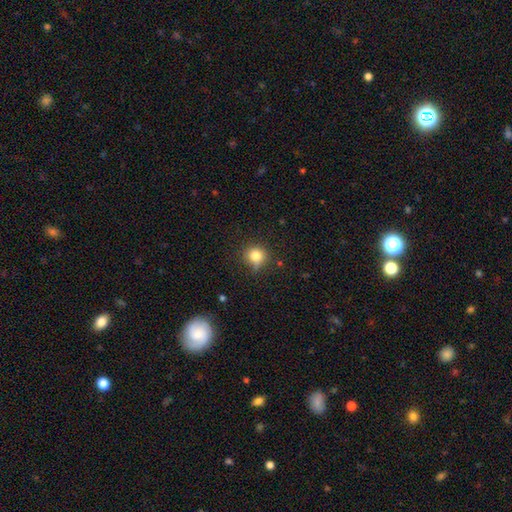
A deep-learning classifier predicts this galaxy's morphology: A smooth galaxy with no disk features (80%) that is round (89%).

Vote fractions:
- Smooth or featured? smooth: 80% / star or artifact: 12% / featured or disk: 7%
- How rounded? round: 89% / in between: 10% / cigar-shaped: 1%
- Merging? none: 72% / minor disturbance: 20% / major disturbance: 5% / merger: 3%